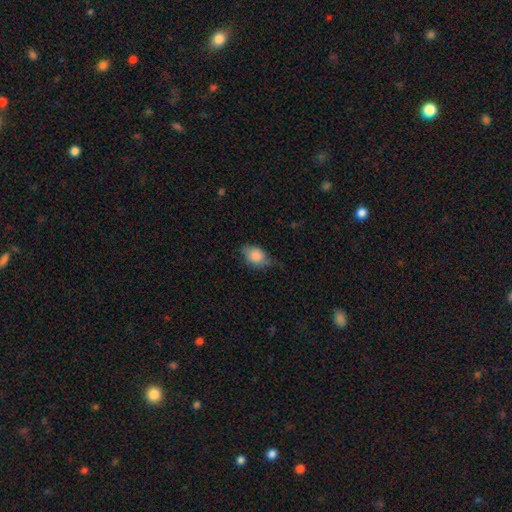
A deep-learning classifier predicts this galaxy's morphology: This is clearly a smooth galaxy (83%). How rounded: likely in between (75%). Merging: possibly none (53%).